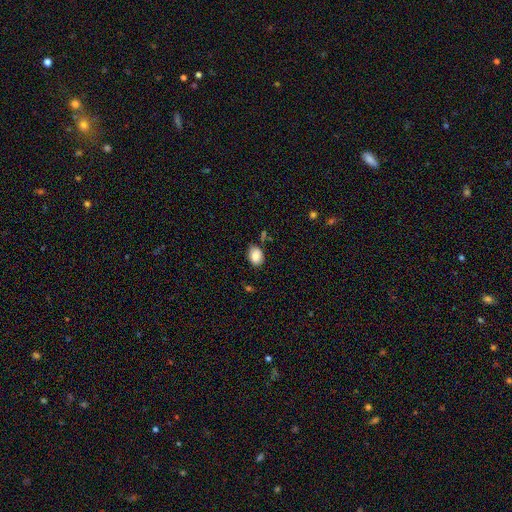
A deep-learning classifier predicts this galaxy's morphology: Smooth or featured?
  - smooth: 85% *
  - star or artifact: 8%
  - featured or disk: 7%
How rounded?
  - in between: 68% *
  - round: 31%
  - cigar-shaped: 1%
Merging?
  - none: 74% *
  - minor disturbance: 19%
  - merger: 4%
  - major disturbance: 4%